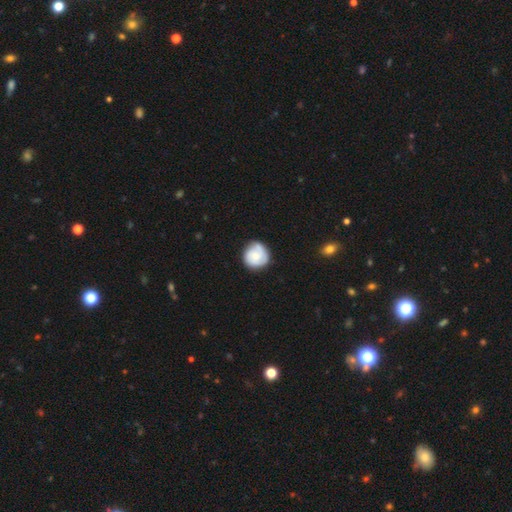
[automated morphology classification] This appears to be a smooth galaxy with no disk features (57%) that is round (90%). Merging: none (70%).